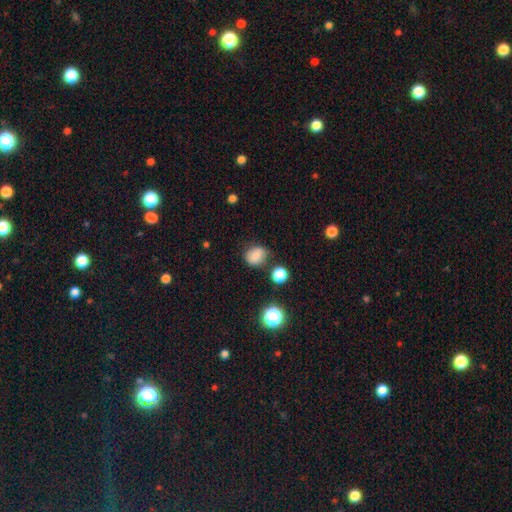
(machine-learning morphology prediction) smooth-or-featured: smooth: 74% | featured or disk: 14% | star or artifact: 12%
  how-rounded: round: 69% | in between: 30% | cigar-shaped: 1%
  merging: none: 74% | minor disturbance: 18% | major disturbance: 5% | merger: 4%